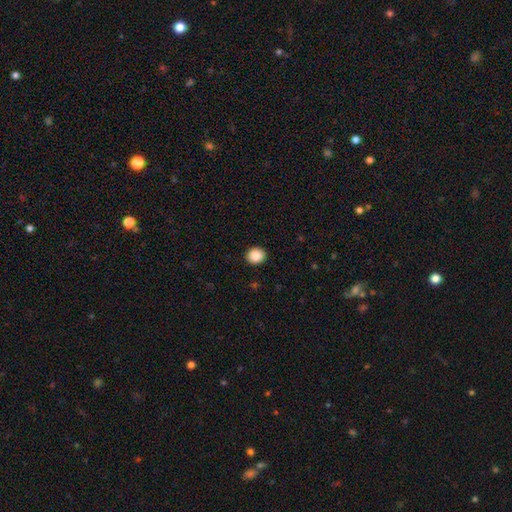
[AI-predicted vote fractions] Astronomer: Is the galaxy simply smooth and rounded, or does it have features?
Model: smooth — 89%.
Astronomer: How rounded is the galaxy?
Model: round — 81%.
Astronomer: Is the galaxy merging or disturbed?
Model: none — 92%.